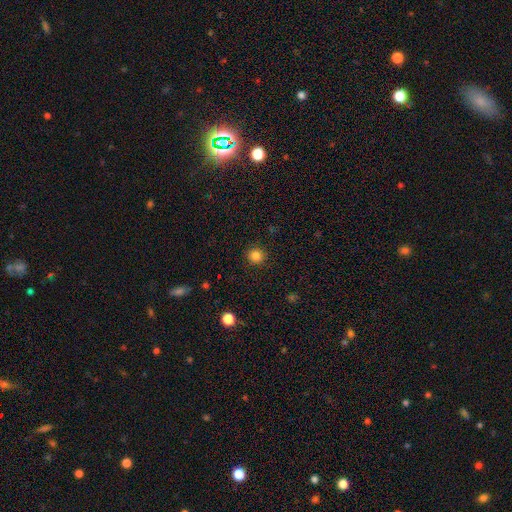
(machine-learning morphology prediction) A smooth galaxy with no disk features (84%) that is round (93%). Merging: none (91%).